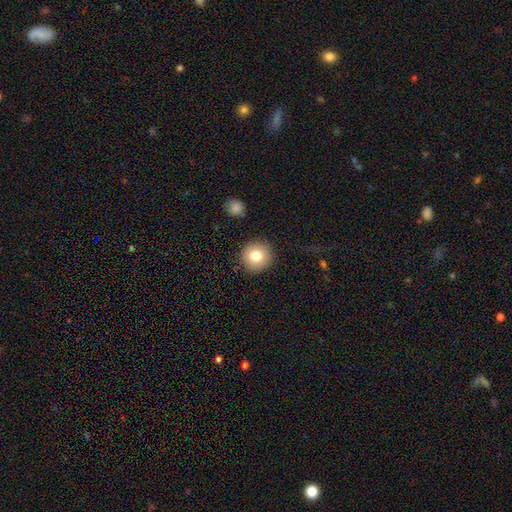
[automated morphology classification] Smooth or featured? smooth (80%)
How rounded? round (94%)
Merging? none (90%)